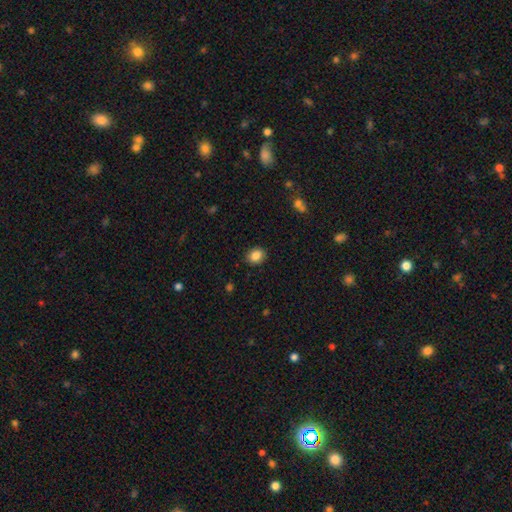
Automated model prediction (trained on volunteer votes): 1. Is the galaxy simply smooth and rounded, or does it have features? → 87% smooth, 9% star or artifact, 4% featured or disk.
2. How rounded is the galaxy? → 59% round, 40% in between, 1% cigar-shaped.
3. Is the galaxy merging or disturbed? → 89% none, 8% minor disturbance, 2% major disturbance, 1% merger.